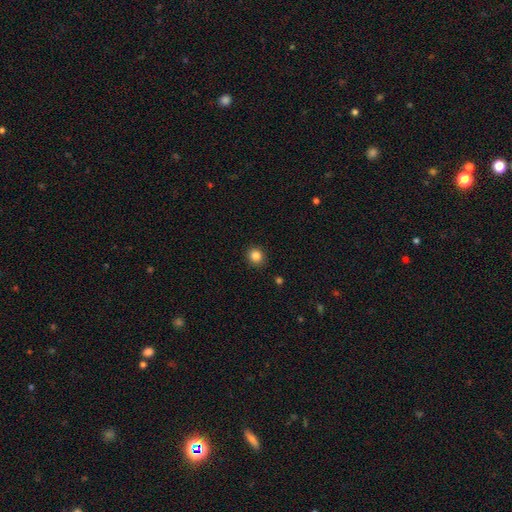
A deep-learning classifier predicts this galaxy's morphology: This appears to be a smooth galaxy with no disk features (85%) that is round (88%). Merging: none (91%).